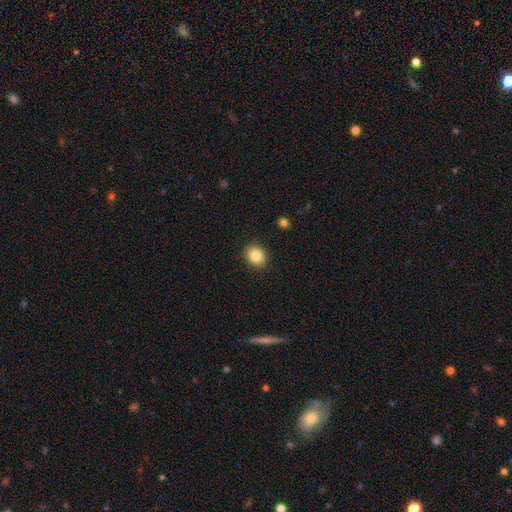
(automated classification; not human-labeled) Smooth or featured: smooth — 84% (star or artifact — 10%)
How rounded: round — 69% (in between — 30%)
Merging: none — 90% (minor disturbance — 7%)